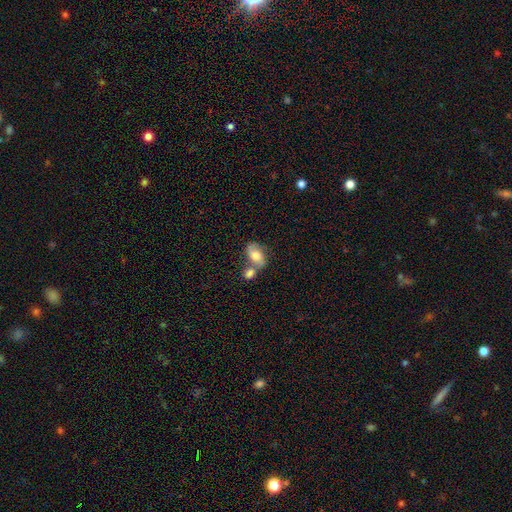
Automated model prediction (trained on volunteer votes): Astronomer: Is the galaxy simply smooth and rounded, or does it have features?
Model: smooth — 56% (runner-up: featured or disk, 36%).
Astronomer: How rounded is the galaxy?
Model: in between — 86%.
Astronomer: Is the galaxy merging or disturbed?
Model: merger — 47% (runner-up: none, 34%).